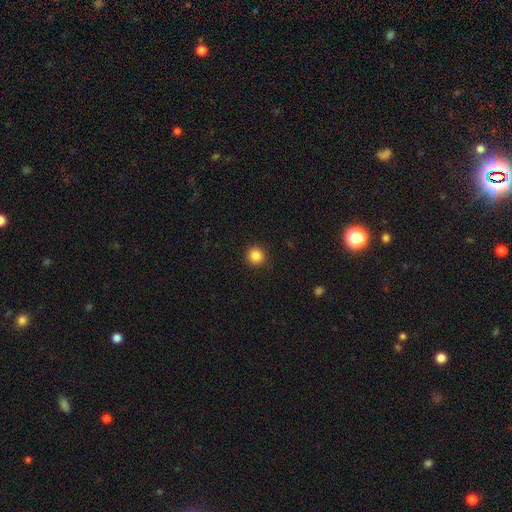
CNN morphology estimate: smooth 85%, star or artifact 11%, featured or disk 4%. Down the decision tree: how rounded — round (95%); merging — none (92%).